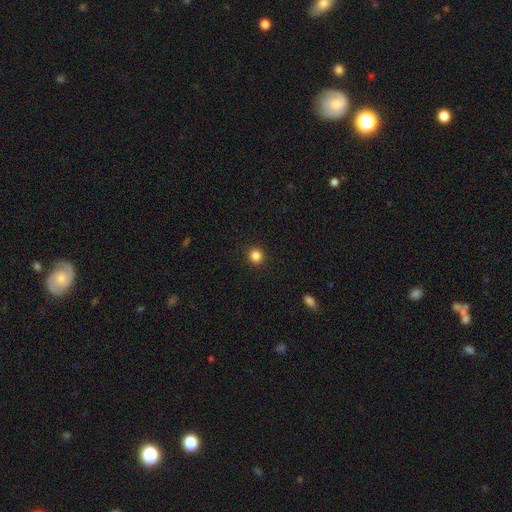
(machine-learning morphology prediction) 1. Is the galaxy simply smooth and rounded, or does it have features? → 85% smooth, 11% star or artifact, 3% featured or disk.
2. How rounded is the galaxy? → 92% round, 7% in between, 1% cigar-shaped.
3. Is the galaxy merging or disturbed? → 92% none, 5% minor disturbance, 2% major disturbance, 1% merger.